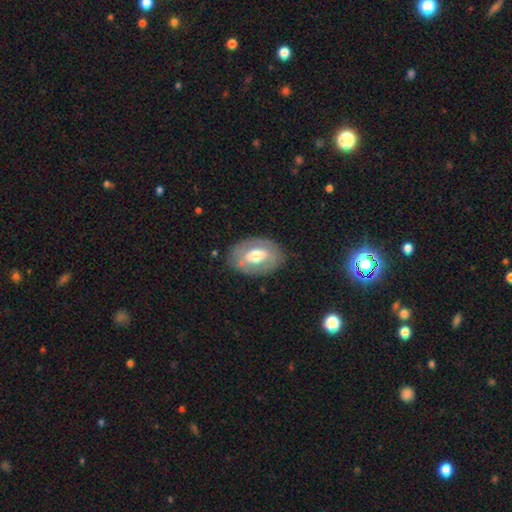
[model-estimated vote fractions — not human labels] featured or disk 49%, smooth 45%, star or artifact 6%. Down the decision tree: merging — none (77%).